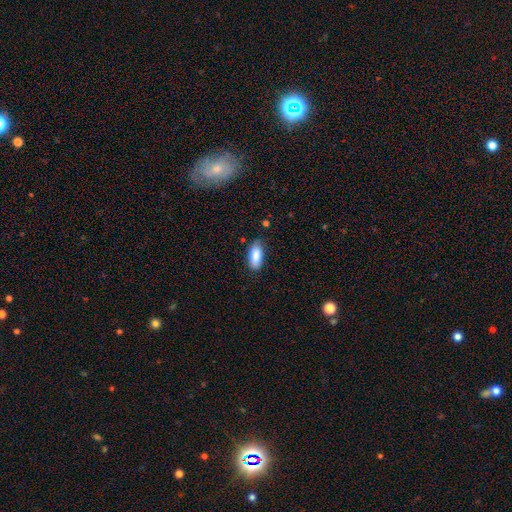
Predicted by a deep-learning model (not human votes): Smooth or featured? smooth (85%)
How rounded? in between (84%)
Merging? none (79%)